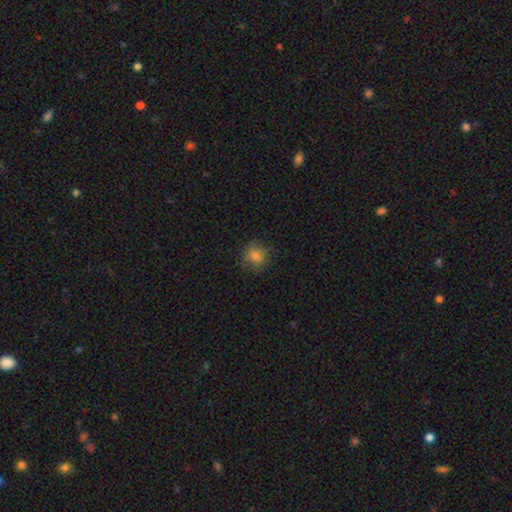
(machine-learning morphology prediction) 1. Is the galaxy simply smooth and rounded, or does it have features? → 82% smooth, 13% star or artifact, 6% featured or disk.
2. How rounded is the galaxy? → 91% round, 8% in between, 1% cigar-shaped.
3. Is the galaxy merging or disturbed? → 86% none, 10% minor disturbance, 3% major disturbance, 1% merger.